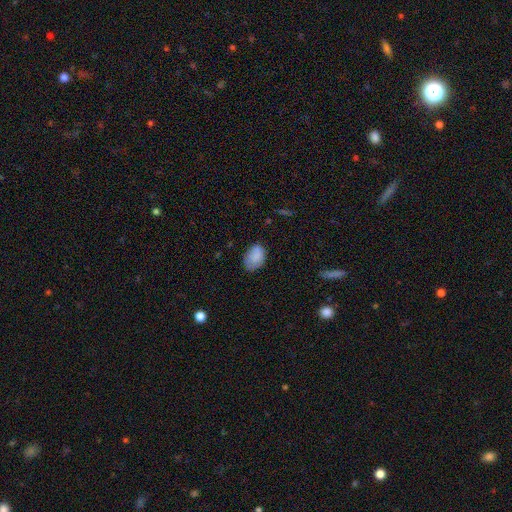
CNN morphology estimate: This appears to be a smooth galaxy with no disk features (86%) that is in between round and cigar-shaped (84%). Merging: none (69%).